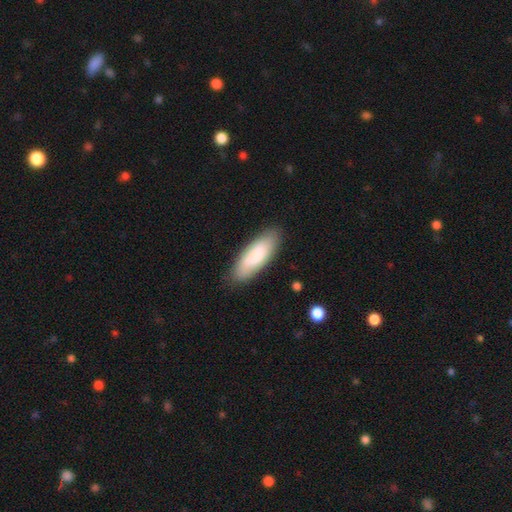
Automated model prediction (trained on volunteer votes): smooth_or_featured: smooth (p=0.80) [alt: featured or disk p=0.15]
how_rounded: in between (p=0.66) [alt: cigar-shaped p=0.32]
merging: none (p=0.84) [alt: minor disturbance p=0.12]